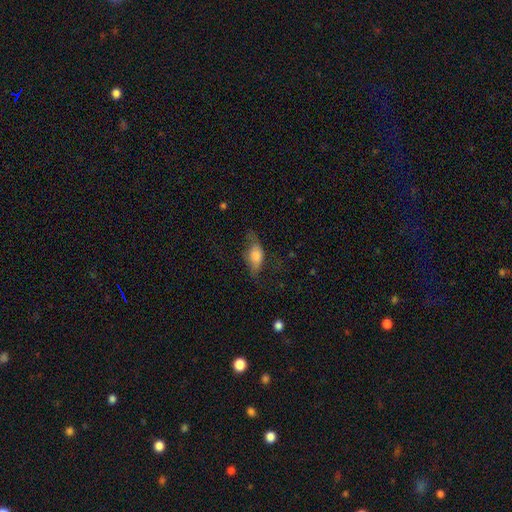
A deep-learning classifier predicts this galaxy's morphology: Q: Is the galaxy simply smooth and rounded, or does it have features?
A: smooth — 65%.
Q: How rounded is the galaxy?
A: in between — 80%.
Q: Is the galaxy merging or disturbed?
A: none — 50%.